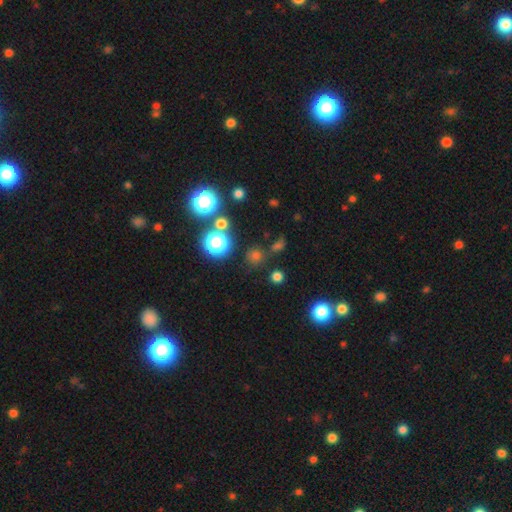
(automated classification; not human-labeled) Smooth or featured?
  - smooth: 60% *
  - star or artifact: 33%
  - featured or disk: 6%
How rounded?
  - round: 89% *
  - in between: 9%
  - cigar-shaped: 1%
Merging?
  - none: 79% *
  - minor disturbance: 9%
  - merger: 7%
  - major disturbance: 4%